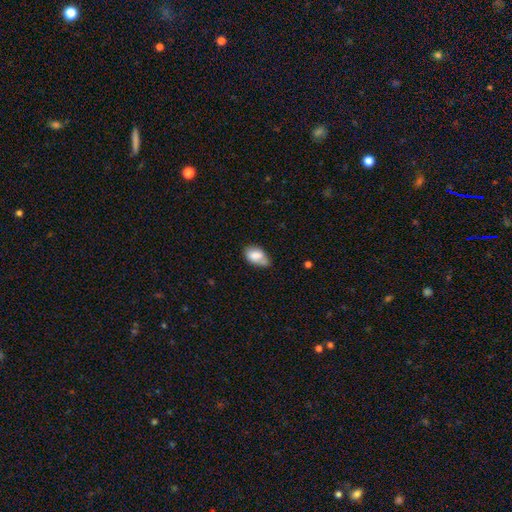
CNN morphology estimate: smooth-or-featured: smooth: 78% | featured or disk: 14% | star or artifact: 8%
  how-rounded: in between: 90% | round: 8% | cigar-shaped: 2%
  merging: none: 46% | minor disturbance: 36% | merger: 9% | major disturbance: 9%